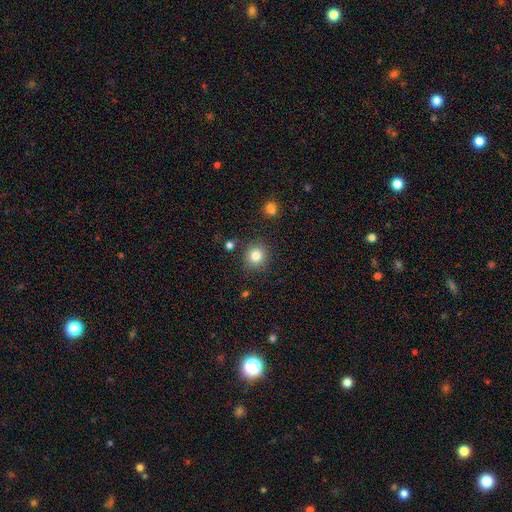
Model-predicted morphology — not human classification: smooth-or-featured: smooth: 82% | star or artifact: 11% | featured or disk: 7%
  how-rounded: round: 90% | in between: 9% | cigar-shaped: 1%
  merging: none: 87% | minor disturbance: 8% | merger: 3% | major disturbance: 3%